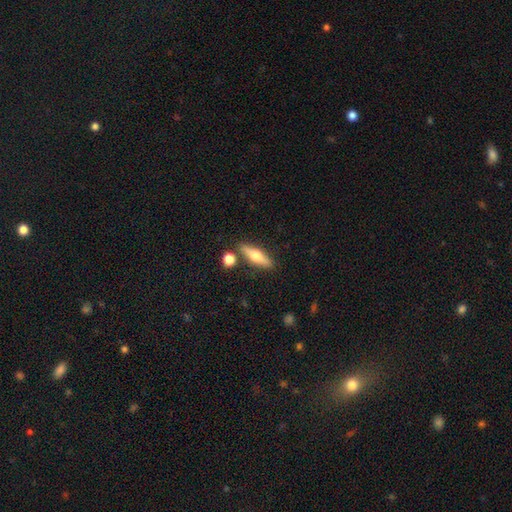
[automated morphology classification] A smooth galaxy with no disk features (48%). Merging: none (81%).